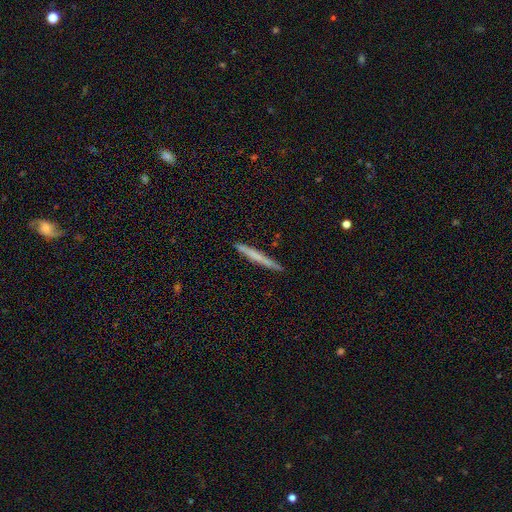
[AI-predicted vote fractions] Smooth or featured? Predicted: smooth (p=0.55). How rounded? Predicted: cigar-shaped (p=0.97). Merging? Predicted: none (p=0.91).